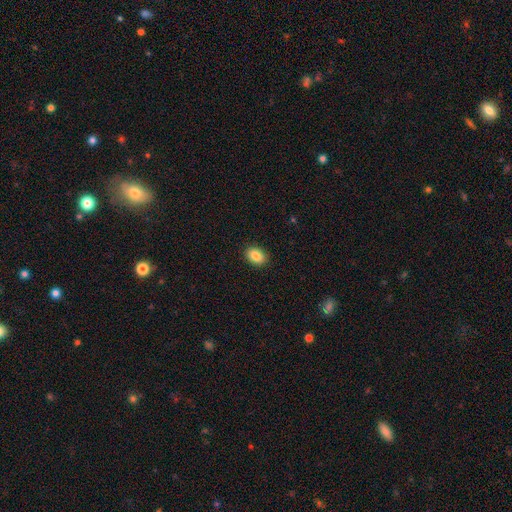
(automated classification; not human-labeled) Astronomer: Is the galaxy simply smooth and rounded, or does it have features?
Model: smooth — 87%.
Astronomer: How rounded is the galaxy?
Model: in between — 80%.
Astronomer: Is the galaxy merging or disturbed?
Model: none — 90%.